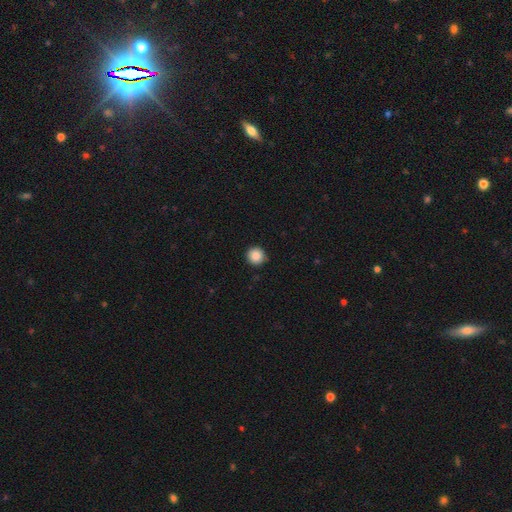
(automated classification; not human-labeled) smooth 87%, star or artifact 9%, featured or disk 3%. Down the decision tree: how rounded — round (95%); merging — none (91%).